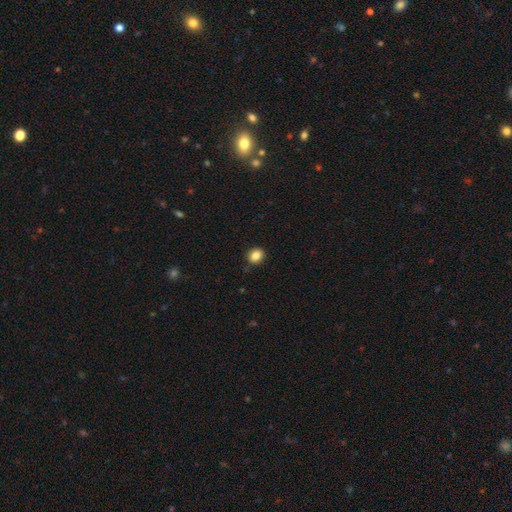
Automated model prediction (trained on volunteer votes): This appears to be a smooth galaxy with no disk features (85%) that is round (71%). Merging: none (88%).